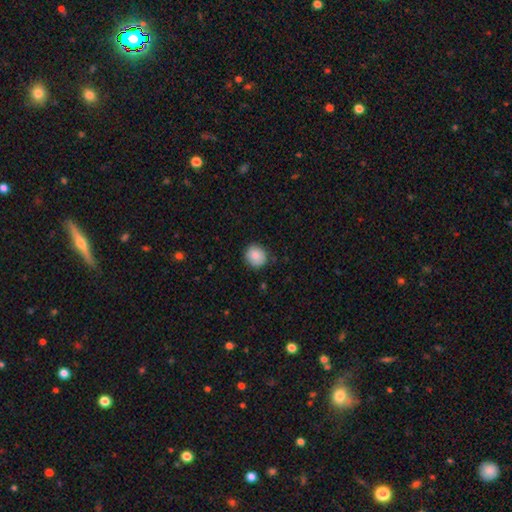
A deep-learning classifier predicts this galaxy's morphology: The model was most divided on "how rounded": round: 86%, in between: 13%, cigar-shaped: 1%. More confident: smooth or featured — smooth (87%); merging — none (86%).